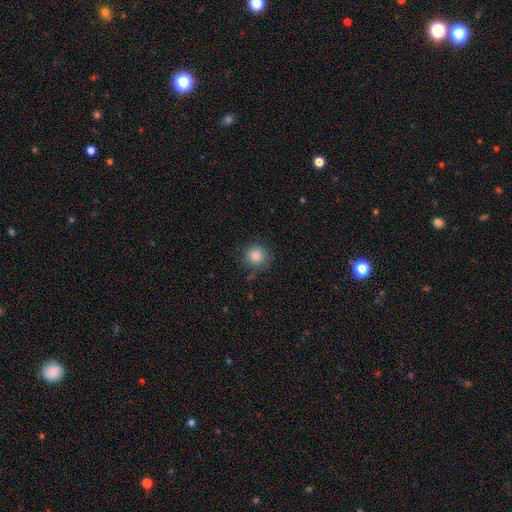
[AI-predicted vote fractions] smooth-or-featured: smooth: 82% | star or artifact: 11% | featured or disk: 6%
  how-rounded: round: 93% | in between: 6% | cigar-shaped: 1%
  merging: none: 83% | minor disturbance: 12% | major disturbance: 3% | merger: 2%